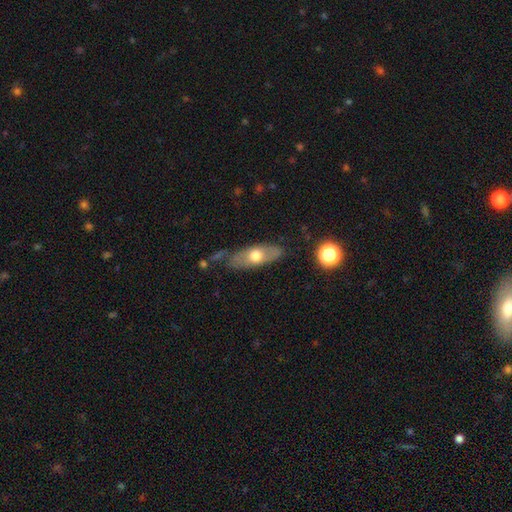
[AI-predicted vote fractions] smooth-or-featured: smooth: 52% | featured or disk: 41% | star or artifact: 6%
  how-rounded: in between: 69% | cigar-shaped: 26% | round: 5%
  merging: none: 74% | minor disturbance: 18% | major disturbance: 5% | merger: 4%